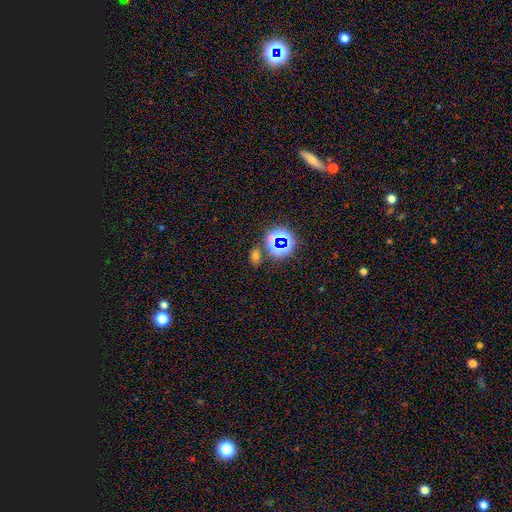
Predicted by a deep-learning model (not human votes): Overall: smooth (49%; star or artifact 43%). Merging: none (72%).